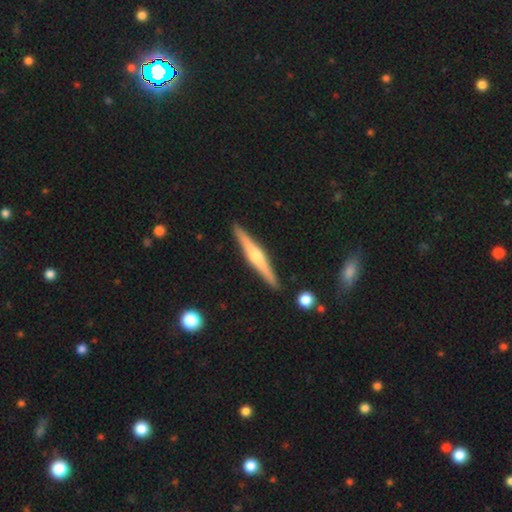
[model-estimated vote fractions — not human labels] Q: Smooth or featured?
A: featured or disk (69%); runner-up: smooth (25%)
Q: Edge-on disk?
A: yes (98%); runner-up: no (2%)
Q: Edge-on bulge?
A: rounded (85%); runner-up: none (9%)
Q: Merging?
A: none (91%); runner-up: minor disturbance (6%)